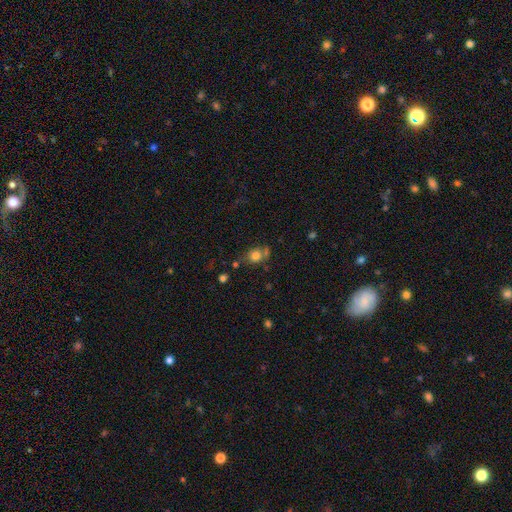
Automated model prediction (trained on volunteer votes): Smooth or featured?
  - smooth: 76% *
  - star or artifact: 13%
  - featured or disk: 10%
How rounded?
  - round: 68% *
  - in between: 30%
  - cigar-shaped: 2%
Merging?
  - none: 58% *
  - minor disturbance: 18%
  - merger: 17%
  - major disturbance: 7%